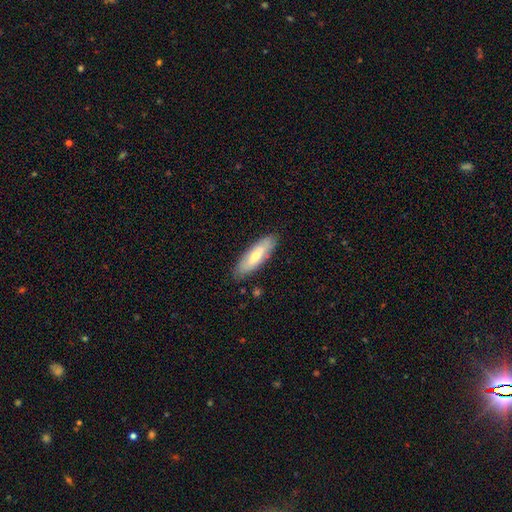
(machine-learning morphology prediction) Q: Smooth or featured?
A: smooth (57%); runner-up: featured or disk (37%)
Q: How rounded?
A: in between (51%); runner-up: cigar-shaped (47%)
Q: Merging?
A: none (86%); runner-up: minor disturbance (11%)